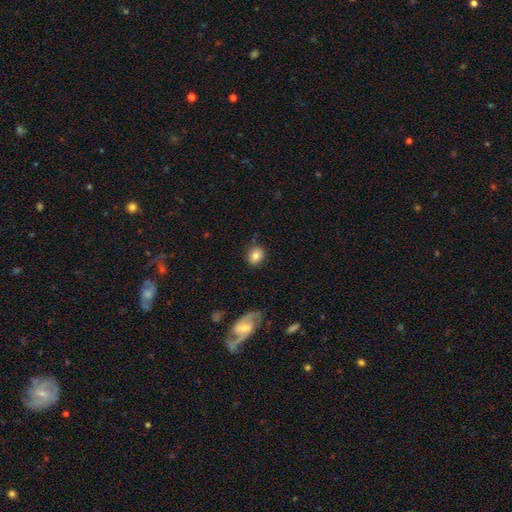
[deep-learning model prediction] This is likely a smooth galaxy (80%). How rounded: likely round (61%). Merging: clearly none (80%).